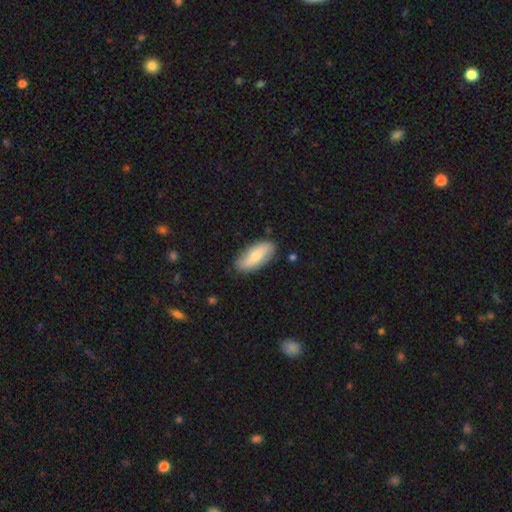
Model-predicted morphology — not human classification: A smooth galaxy with no disk features (64%) that is in between round and cigar-shaped (86%). Merging: none (85%).